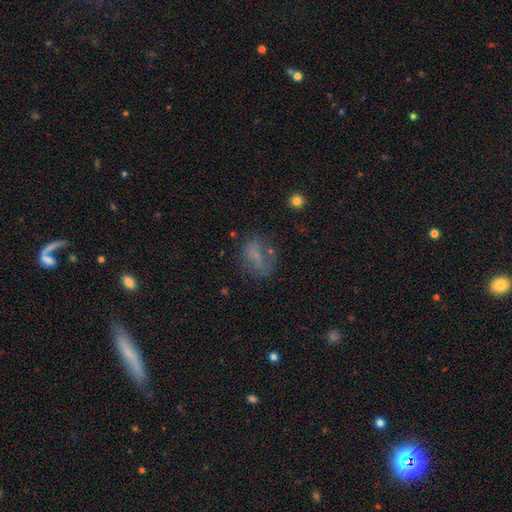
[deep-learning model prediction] Morphology: type=smooth (55%); roundness=in between (70%); merging=none (52%).